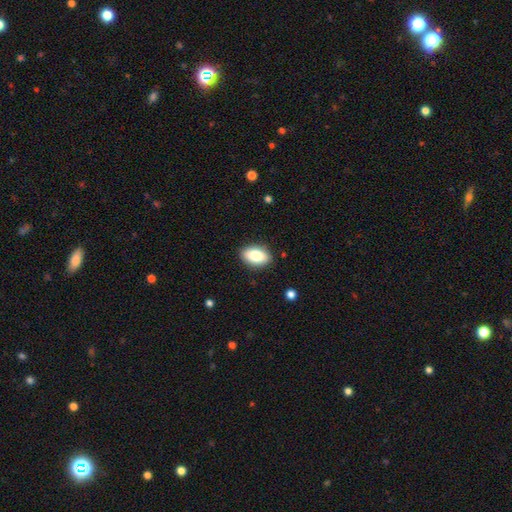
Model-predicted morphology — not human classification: Q: Smooth or featured?
A: smooth (81%); runner-up: featured or disk (12%)
Q: How rounded?
A: in between (90%); runner-up: round (8%)
Q: Merging?
A: none (88%); runner-up: minor disturbance (9%)